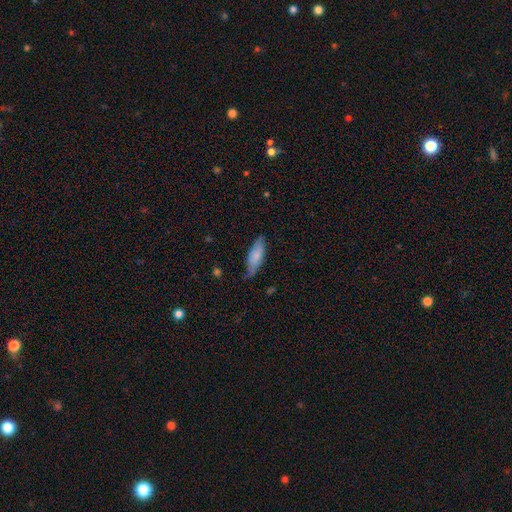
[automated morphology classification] smooth_or_featured: smooth (p=0.76) [alt: featured or disk p=0.18]
how_rounded: in between (p=0.60) [alt: cigar-shaped p=0.38]
merging: none (p=0.62) [alt: minor disturbance p=0.30]